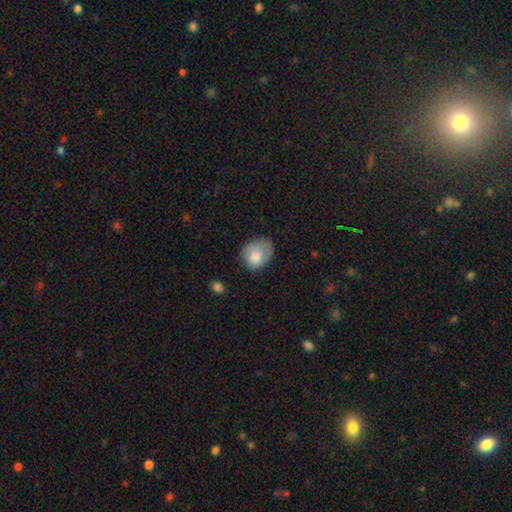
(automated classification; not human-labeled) Morphology: type=smooth (77%); roundness=round (62%); merging=none (58%).